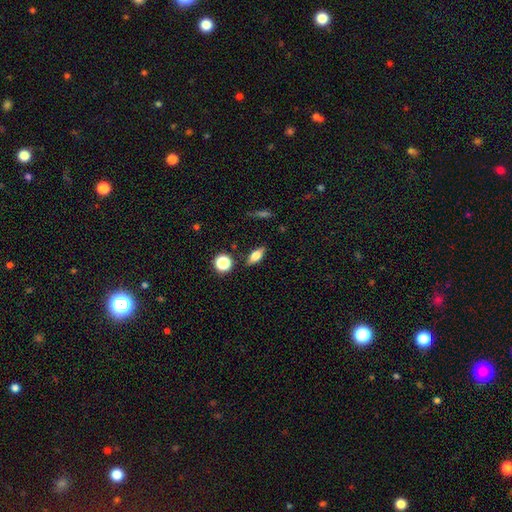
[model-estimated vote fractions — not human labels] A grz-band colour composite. It shows a smooth galaxy with no disk features (67%) that is in between round and cigar-shaped (70%). Merging: none (84%).